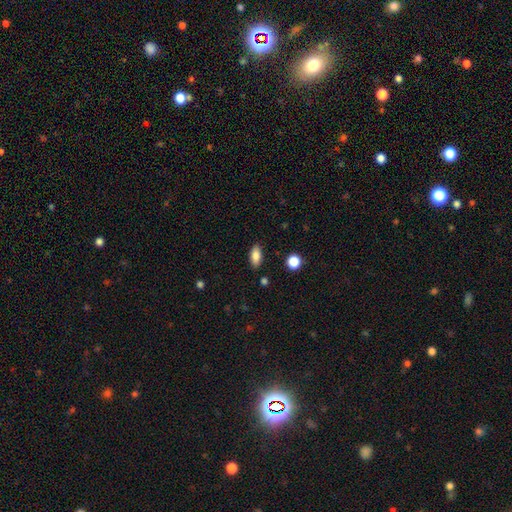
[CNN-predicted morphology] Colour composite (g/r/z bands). It shows a smooth galaxy with no disk features (85%) that is in between round and cigar-shaped (87%). Merging: none (86%).